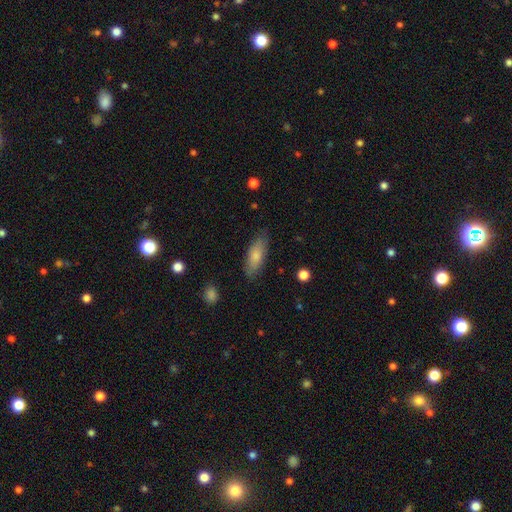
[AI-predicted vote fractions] This appears to be a smooth galaxy with no disk features (77%) that is in between round and cigar-shaped (67%). Merging: none (81%).